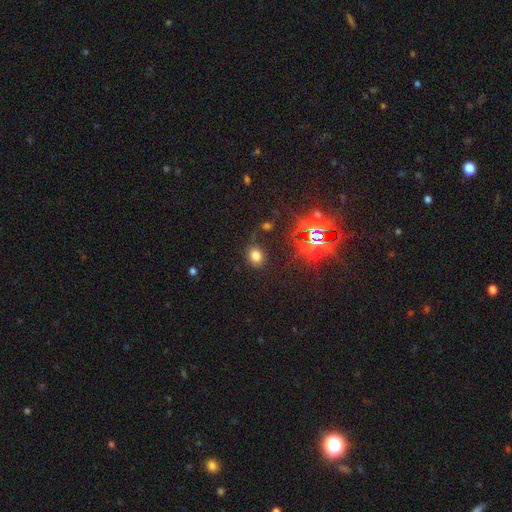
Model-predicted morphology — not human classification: smooth 70%, star or artifact 23%, featured or disk 7%. Down the decision tree: how rounded — round (59%); merging — none (80%).